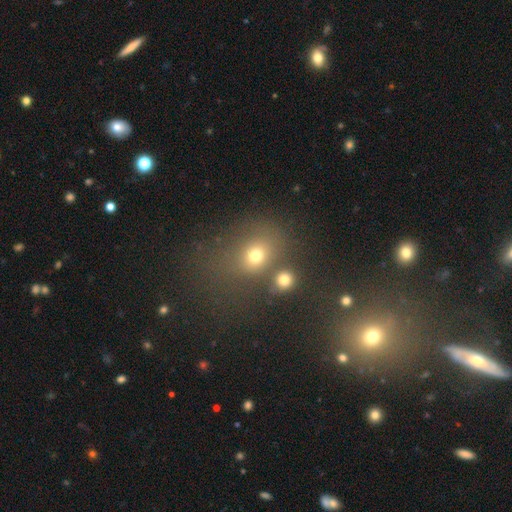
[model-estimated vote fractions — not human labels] smooth-or-featured: smooth: 70% | star or artifact: 18% | featured or disk: 12%
  how-rounded: round: 60% | in between: 39% | cigar-shaped: 2%
  merging: none: 55% | merger: 23% | minor disturbance: 12% | major disturbance: 9%